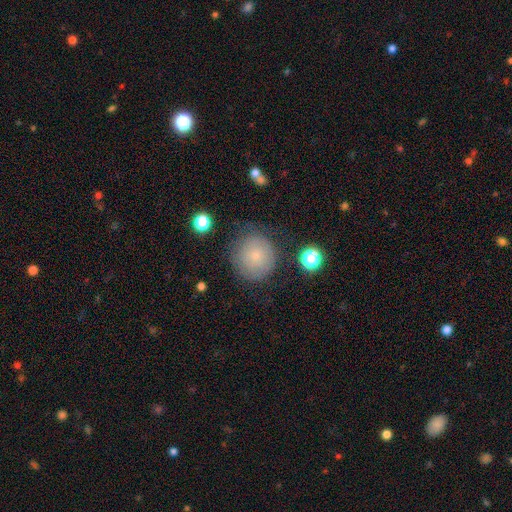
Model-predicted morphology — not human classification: This appears to be a smooth galaxy with no disk features (72%) that is round (91%). Merging: none (75%).